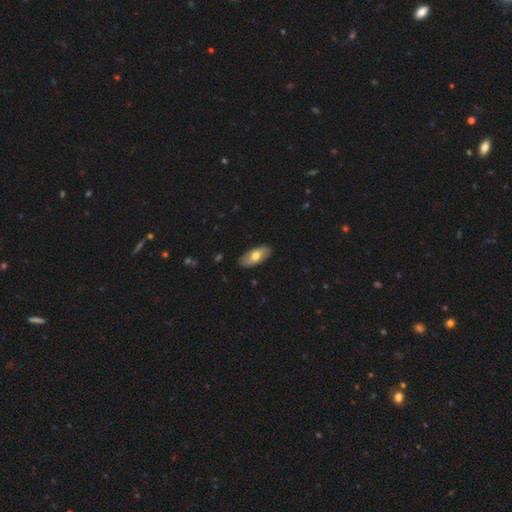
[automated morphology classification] A smooth galaxy with no disk features (61%) that is in between round and cigar-shaped (89%). Merging: none (87%).